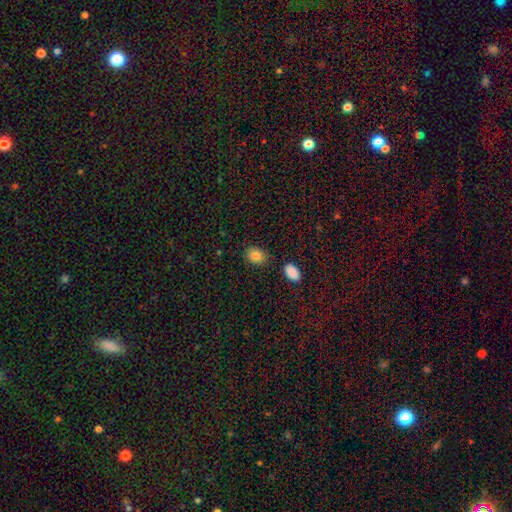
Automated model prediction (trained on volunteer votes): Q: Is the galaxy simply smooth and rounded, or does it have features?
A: smooth — 85%.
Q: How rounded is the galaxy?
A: in between — 58%.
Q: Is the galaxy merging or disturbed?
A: none — 81%.